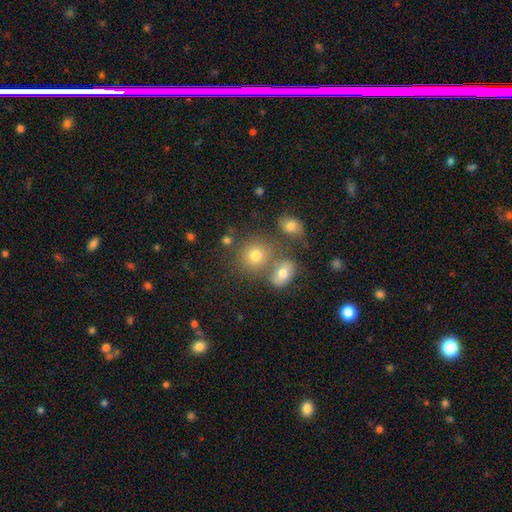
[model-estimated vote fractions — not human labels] This is likely a smooth galaxy (72%). How rounded: likely round (77%). Merging: possibly none (60%).